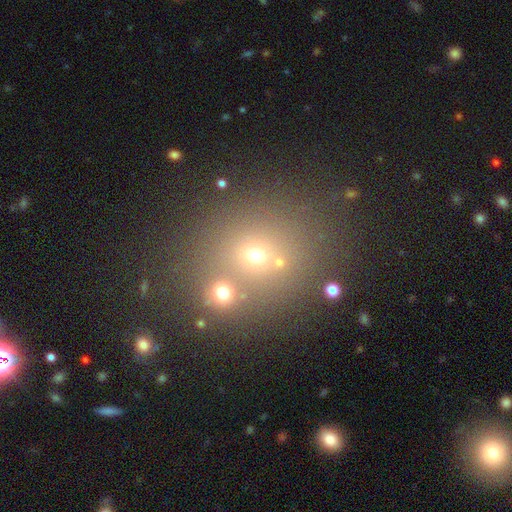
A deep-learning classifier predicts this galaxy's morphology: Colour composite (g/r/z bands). It shows a smooth galaxy with no disk features (60%) that is round (78%). Merging: none (55%).